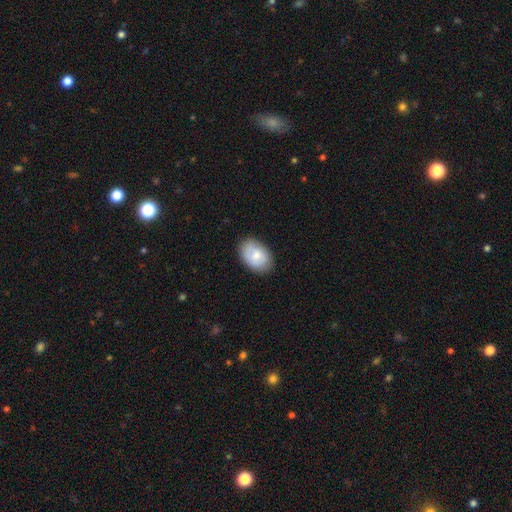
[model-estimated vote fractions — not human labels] This appears to be a smooth galaxy with no disk features (73%) that is in between round and cigar-shaped (85%). Merging: none (79%).